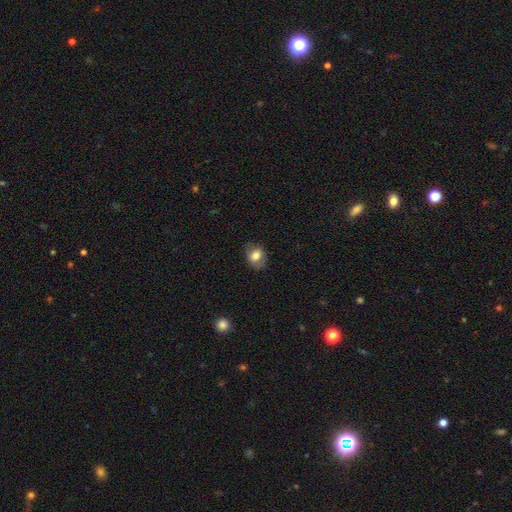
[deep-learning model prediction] Smooth or featured? Predicted: smooth (p=0.74). How rounded? Predicted: in between (p=0.53). Merging? Predicted: none (p=0.74).